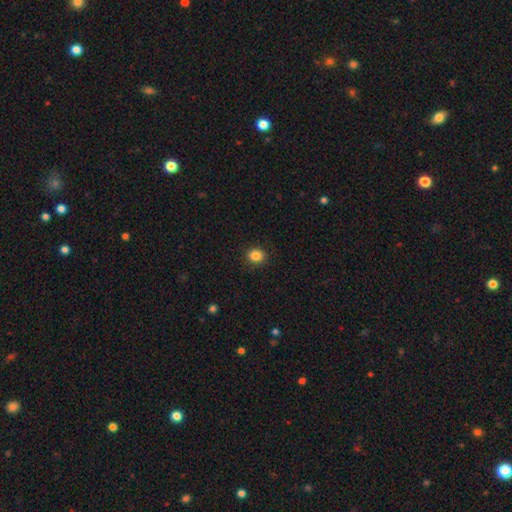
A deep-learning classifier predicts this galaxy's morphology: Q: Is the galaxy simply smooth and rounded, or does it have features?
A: smooth — 85%.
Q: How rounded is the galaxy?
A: round — 65%.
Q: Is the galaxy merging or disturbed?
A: none — 90%.